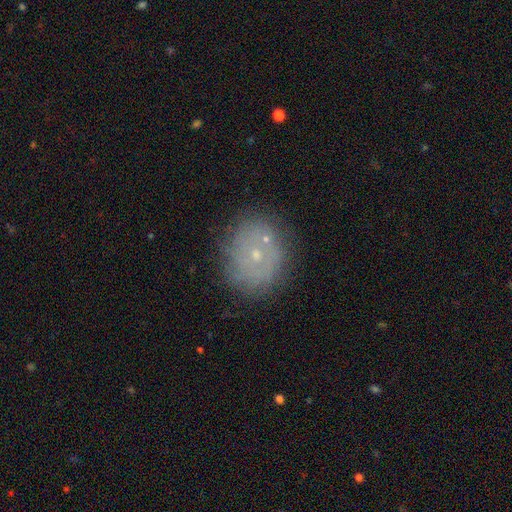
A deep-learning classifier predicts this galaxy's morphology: The model was most divided on "smooth or featured": featured or disk: 50%, smooth: 35%, star or artifact: 15%. More confident: edge-on disk — no (97%); merging — none (74%).